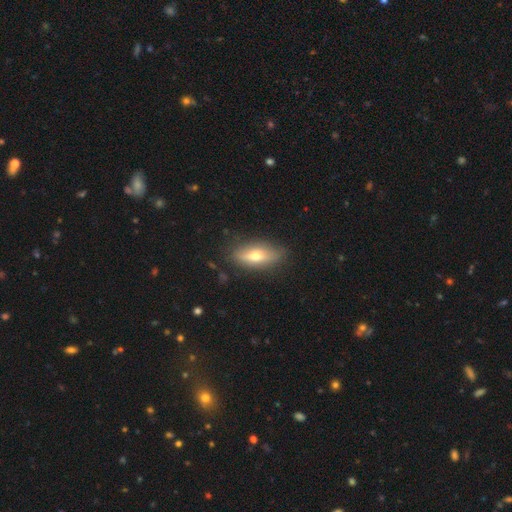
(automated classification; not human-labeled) smooth 50%, featured or disk 42%, star or artifact 7%. Down the decision tree: how rounded — in between (69%); merging — none (82%).